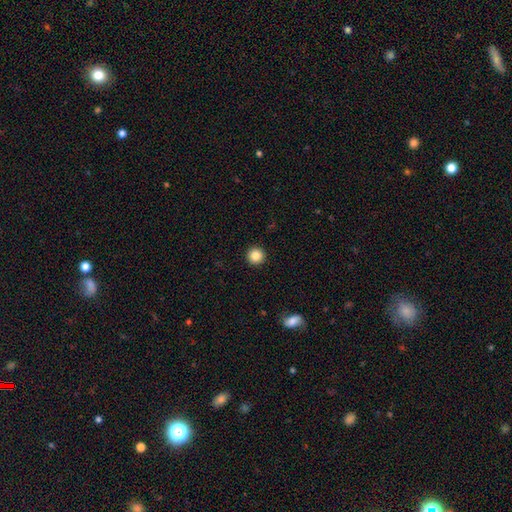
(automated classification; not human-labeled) Smooth or featured? smooth (86%)
How rounded? round (96%)
Merging? none (94%)